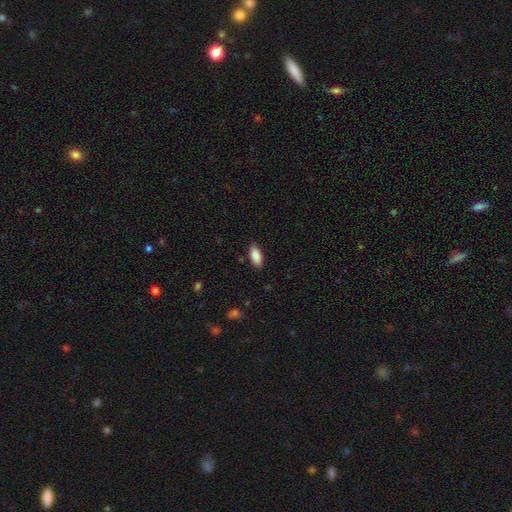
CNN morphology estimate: Smooth or featured: smooth — 89% (star or artifact — 7%)
How rounded: in between — 90% (cigar-shaped — 8%)
Merging: none — 86% (minor disturbance — 10%)